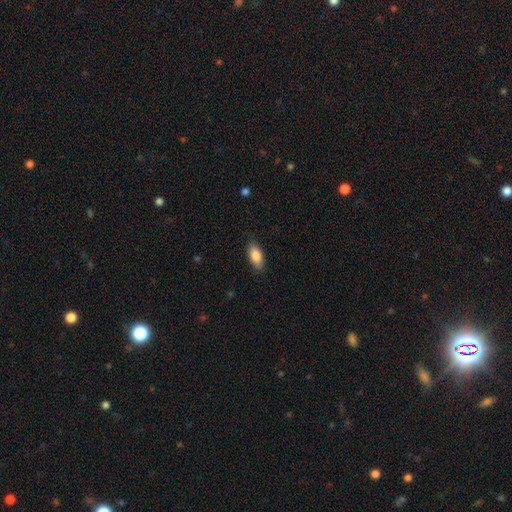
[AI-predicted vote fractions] This appears to be a smooth galaxy with no disk features (85%) that is in between round and cigar-shaped (86%). Merging: none (86%).